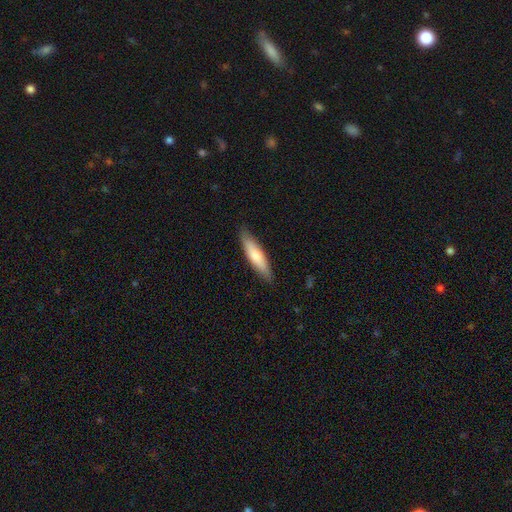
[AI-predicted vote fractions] A smooth galaxy with no disk features (71%) that is cigar-shaped (76%). Merging: none (86%).